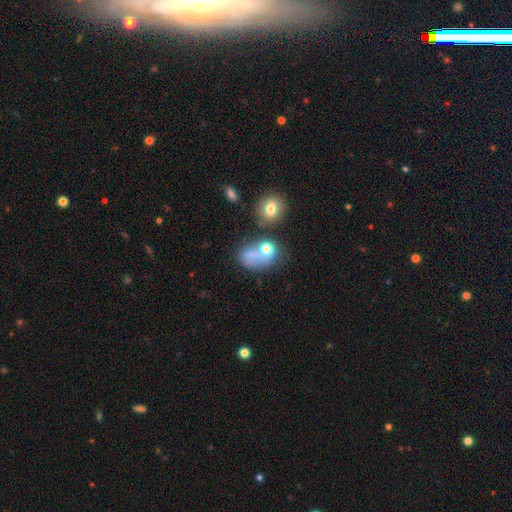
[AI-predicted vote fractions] Smooth or featured? smooth (59%)
How rounded? in between (60%)
Merging? none (34%)